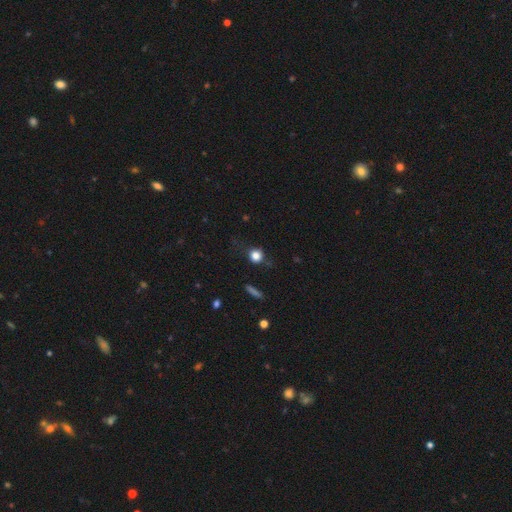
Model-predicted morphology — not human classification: Smooth or featured: smooth — 81% (star or artifact — 13%)
How rounded: round — 86% (in between — 13%)
Merging: none — 73% (minor disturbance — 17%)